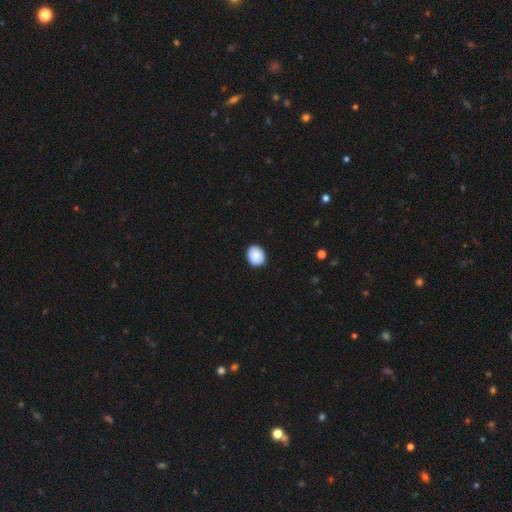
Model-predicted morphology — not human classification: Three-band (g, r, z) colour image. It shows a smooth galaxy with no disk features (89%) that is round (55%). Merging: none (88%).